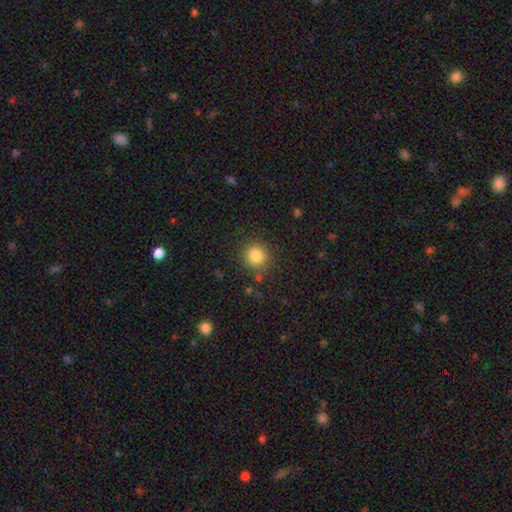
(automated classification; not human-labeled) Smooth or featured: smooth — 83% (star or artifact — 11%)
How rounded: round — 91% (in between — 8%)
Merging: none — 83% (minor disturbance — 10%)